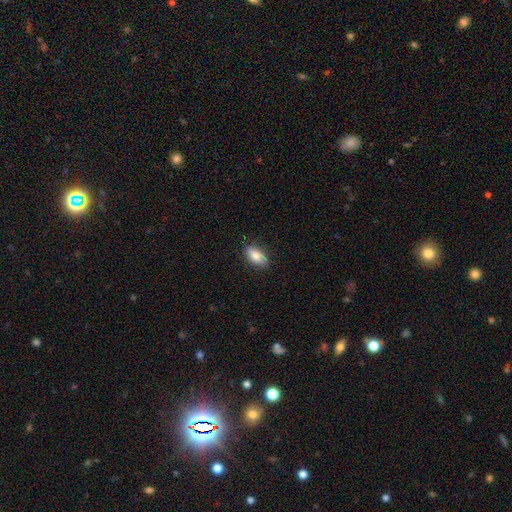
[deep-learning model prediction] Smooth or featured: smooth — 80% (featured or disk — 13%)
How rounded: in between — 86% (cigar-shaped — 10%)
Merging: none — 85% (minor disturbance — 12%)